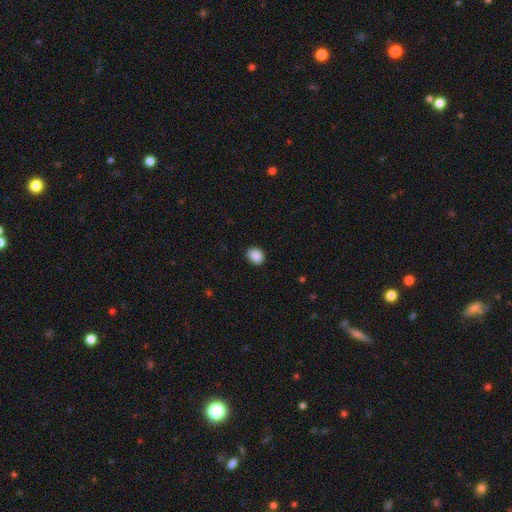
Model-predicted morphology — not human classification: smooth 89%, star or artifact 8%, featured or disk 3%. Down the decision tree: how rounded — in between (54%); merging — none (87%).